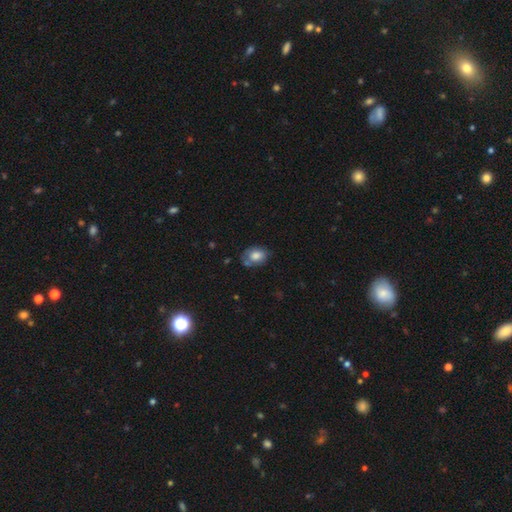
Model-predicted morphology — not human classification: Smooth or featured: smooth — 73% (featured or disk — 19%)
How rounded: in between — 73% (round — 26%)
Merging: none — 55% (minor disturbance — 29%)